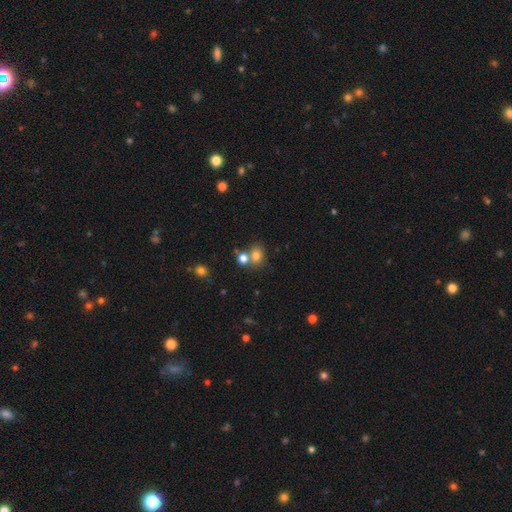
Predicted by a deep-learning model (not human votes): This is likely a smooth galaxy (77%). How rounded: possibly round (60%). Merging: possibly none (50%).